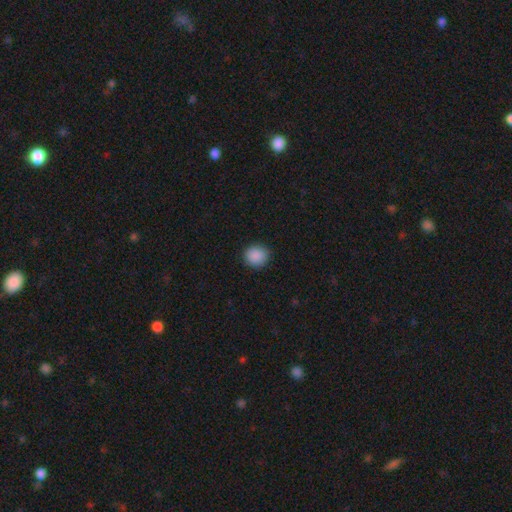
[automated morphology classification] Overall: smooth (89%). How rounded: round (88%). Merging: none (90%).